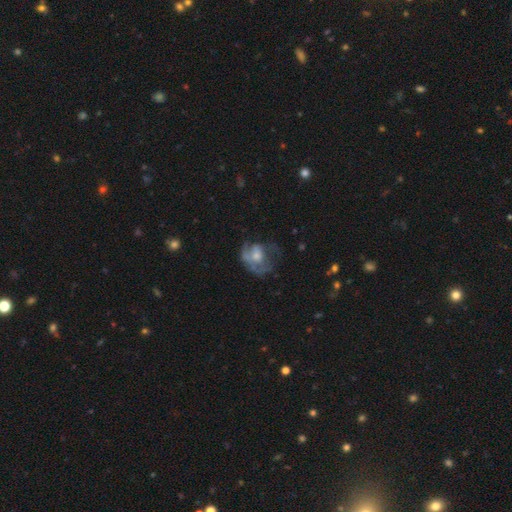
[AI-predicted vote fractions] featured or disk 57%, smooth 34%, star or artifact 9%. Down the decision tree: edge-on disk — no (97%); bar — no (76%); spiral arms — yes (53%); bulge size — moderate (44%); merging — major disturbance (42%).